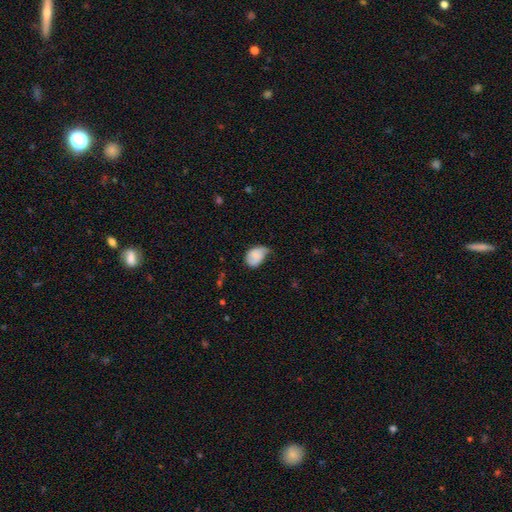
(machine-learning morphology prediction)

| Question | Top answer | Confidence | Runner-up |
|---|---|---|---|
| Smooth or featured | smooth | 72% | featured or disk (20%) |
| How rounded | in between | 75% | round (24%) |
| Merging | minor disturbance | 49% | none (31%) |